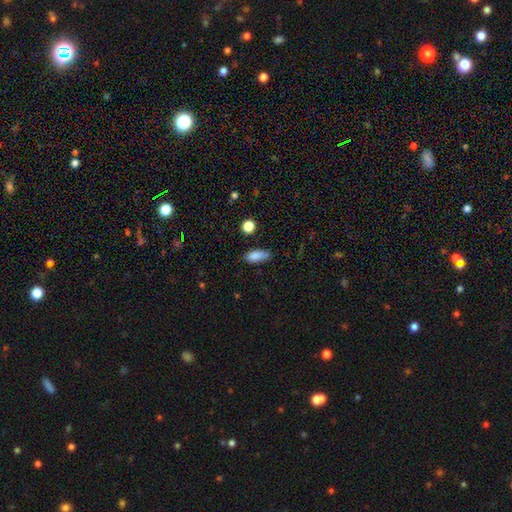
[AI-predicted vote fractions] smooth-or-featured: smooth: 85% | star or artifact: 9% | featured or disk: 7%
  how-rounded: in between: 75% | cigar-shaped: 22% | round: 3%
  merging: none: 72% | minor disturbance: 22% | major disturbance: 4% | merger: 3%